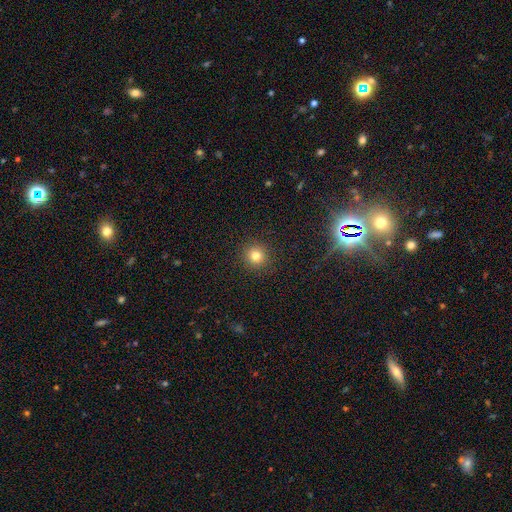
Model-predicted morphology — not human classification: Overall: smooth (80%). How rounded: round (95%). Merging: none (91%).